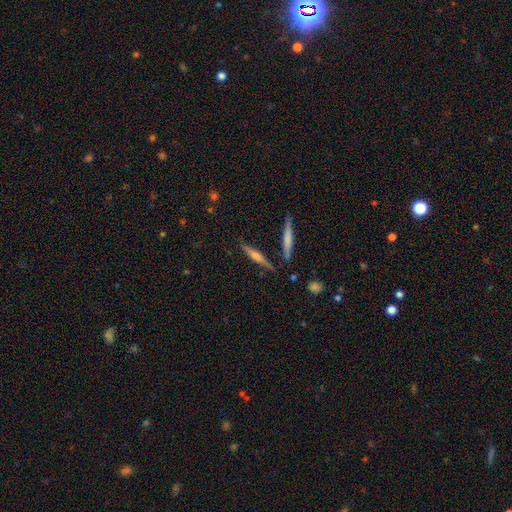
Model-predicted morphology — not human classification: This is likely a featured or disk galaxy (64%). It is clearly viewed edge-on (96%). Edge-on bulge: likely rounded (73%). Merging: clearly none (82%).